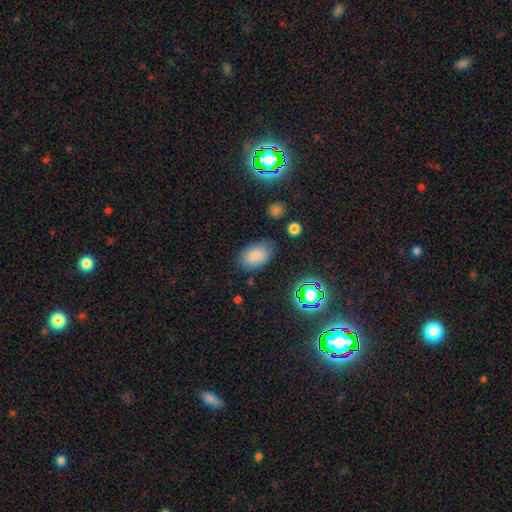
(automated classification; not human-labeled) This is clearly a smooth galaxy (83%). How rounded: clearly in between (90%). Merging: likely none (75%).